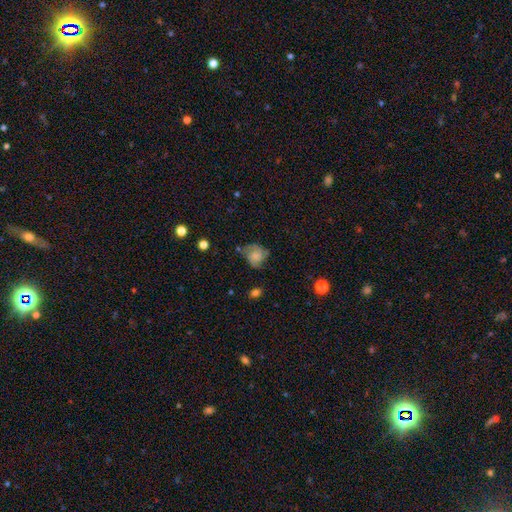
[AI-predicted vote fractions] The model was most divided on "smooth or featured": smooth: 49%, featured or disk: 41%, star or artifact: 10%. Remaining: merging — none (48%).